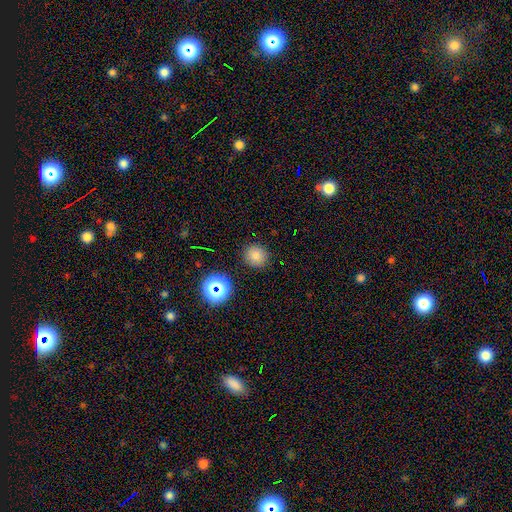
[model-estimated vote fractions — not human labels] The model was most divided on "smooth or featured": smooth: 76%, star or artifact: 17%, featured or disk: 7%. More confident: how rounded — round (90%); merging — none (88%).